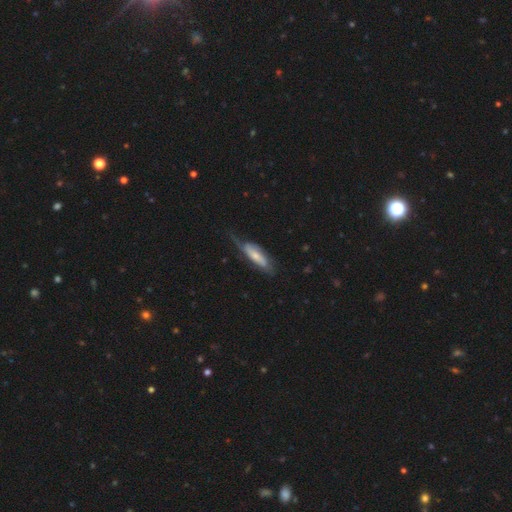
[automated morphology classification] A featured or disk galaxy (51%). Merging: none (43%).